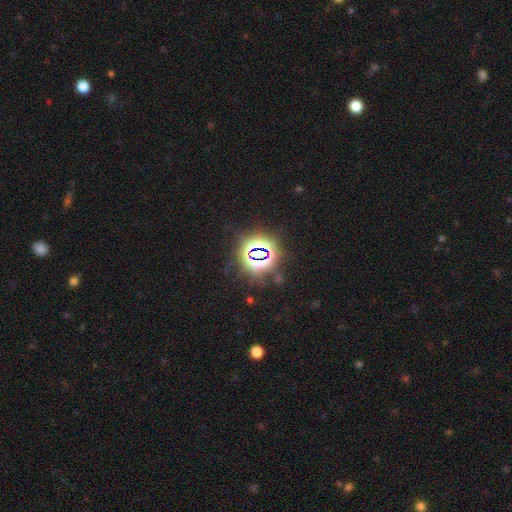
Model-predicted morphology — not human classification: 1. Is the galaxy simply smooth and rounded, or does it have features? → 79% star or artifact, 13% smooth, 7% featured or disk.